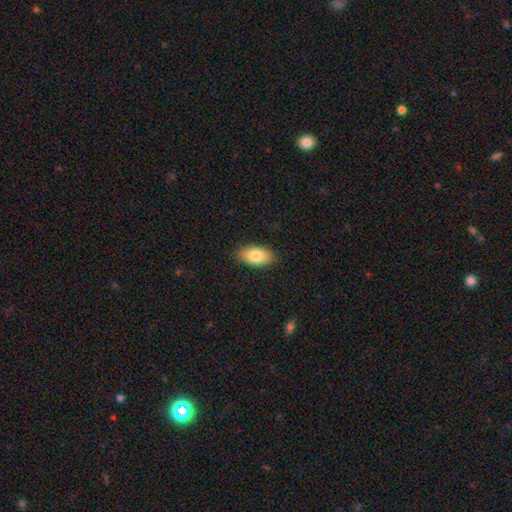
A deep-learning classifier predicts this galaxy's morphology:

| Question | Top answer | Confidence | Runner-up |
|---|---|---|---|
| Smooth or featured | smooth | 83% | featured or disk (11%) |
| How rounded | in between | 94% | round (3%) |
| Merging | none | 88% | minor disturbance (9%) |